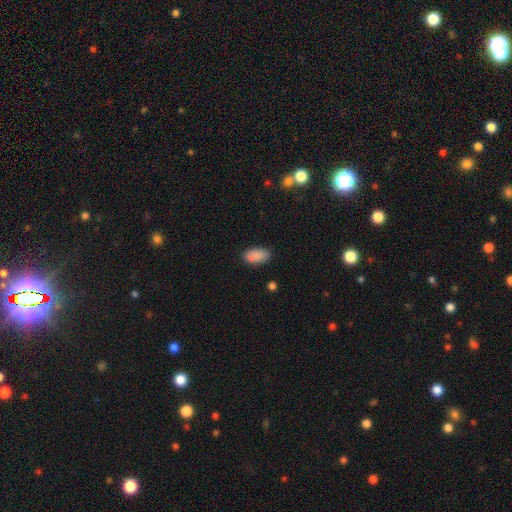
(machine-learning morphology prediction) Smooth or featured? Predicted: smooth (p=0.89). How rounded? Predicted: in between (p=0.93). Merging? Predicted: none (p=0.84).